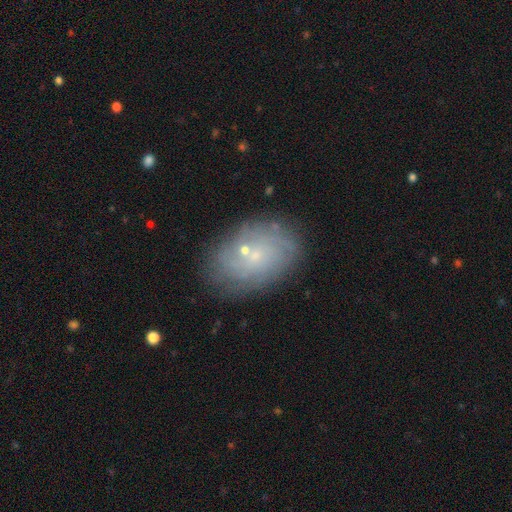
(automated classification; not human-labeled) Smooth or featured?
  - featured or disk: 56% *
  - smooth: 32%
  - star or artifact: 12%
Edge-on disk?
  - no: 96% *
  - yes: 4%
Bar?
  - no: 83% *
  - weak: 15%
  - strong: 2%
Spiral arms?
  - yes: 69% *
  - no: 31%
Bulge size?
  - small: 83% *
  - moderate: 11%
  - none: 4%
  - large: 1%
  - dominant: 1%
Merging?
  - none: 75% *
  - minor disturbance: 16%
  - major disturbance: 5%
  - merger: 5%